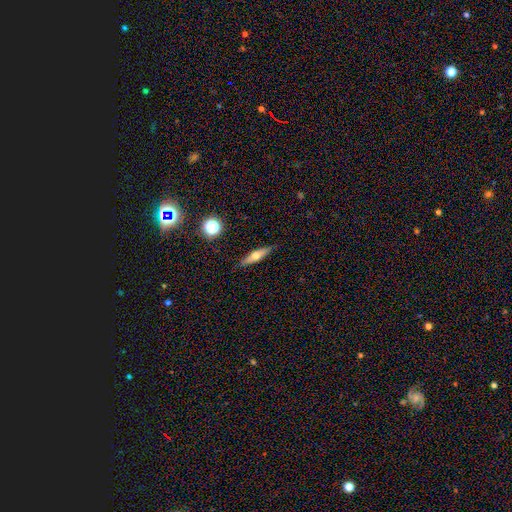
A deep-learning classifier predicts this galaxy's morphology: Smooth or featured? smooth (46%)
Merging? none (87%)